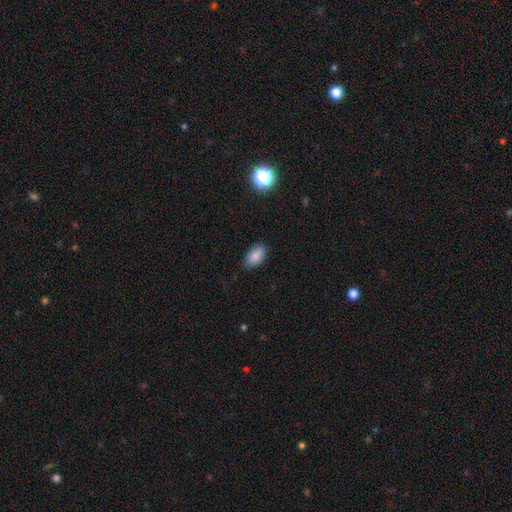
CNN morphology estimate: This appears to be a smooth galaxy with no disk features (87%) that is in between round and cigar-shaped (93%). Merging: none (80%).